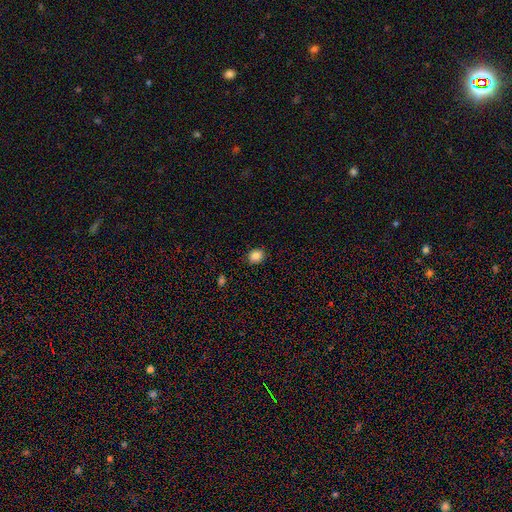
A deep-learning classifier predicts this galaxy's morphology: smooth-or-featured: smooth: 85% | star or artifact: 10% | featured or disk: 5%
  how-rounded: round: 67% | in between: 33% | cigar-shaped: 1%
  merging: none: 89% | minor disturbance: 8% | major disturbance: 2% | merger: 1%